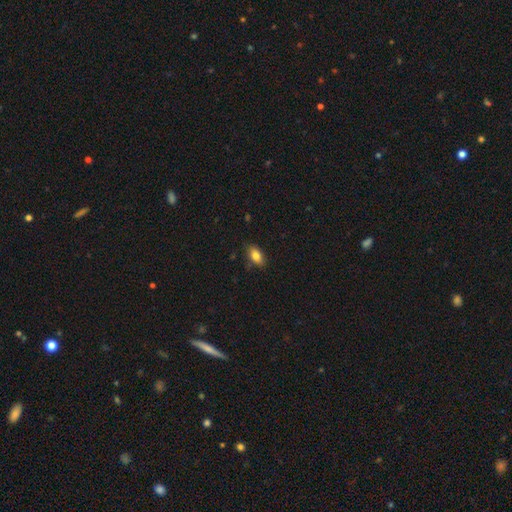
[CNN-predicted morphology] Smooth or featured: smooth — 83% (featured or disk — 9%)
How rounded: in between — 89% (round — 7%)
Merging: none — 79% (minor disturbance — 17%)